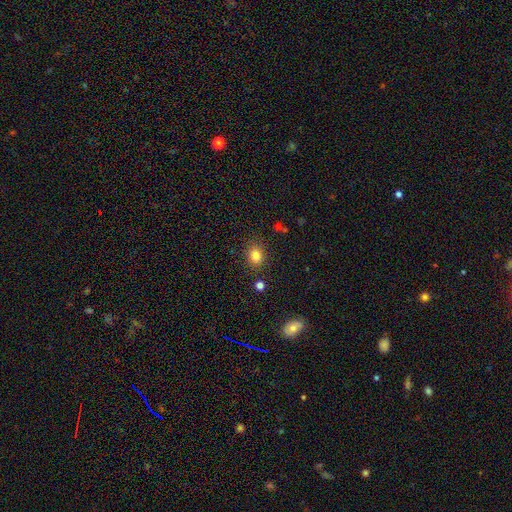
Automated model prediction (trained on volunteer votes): Morphology: type=smooth (82%); roundness=round (57%); merging=none (84%).